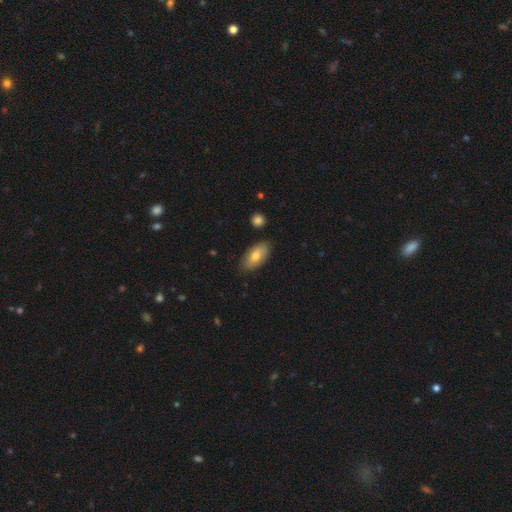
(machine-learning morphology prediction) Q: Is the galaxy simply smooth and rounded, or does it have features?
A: smooth — 75%.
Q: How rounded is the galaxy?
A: in between — 91%.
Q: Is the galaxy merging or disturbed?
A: none — 85%.